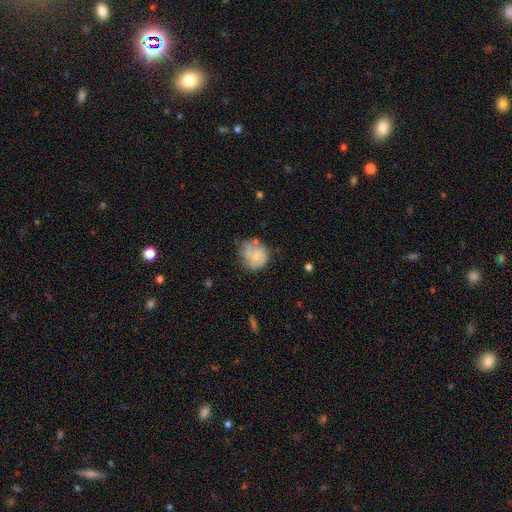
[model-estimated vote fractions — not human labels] smooth-or-featured: smooth: 49% | featured or disk: 43% | star or artifact: 8%
  merging: none: 46% | minor disturbance: 29% | major disturbance: 16% | merger: 8%